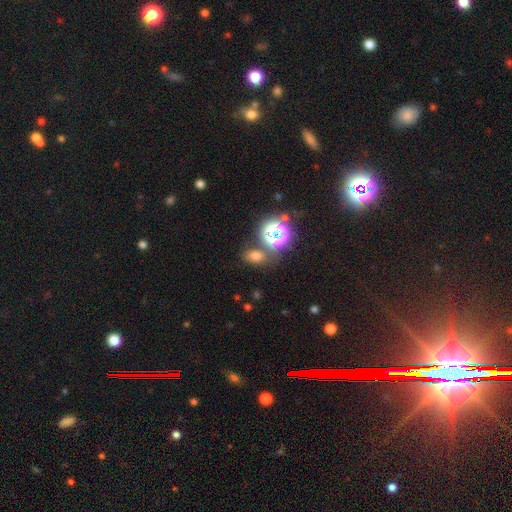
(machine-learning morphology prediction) The model was most divided on "smooth or featured": smooth: 64%, star or artifact: 28%, featured or disk: 8%. More confident: merging — none (72%); how rounded — in between (67%).